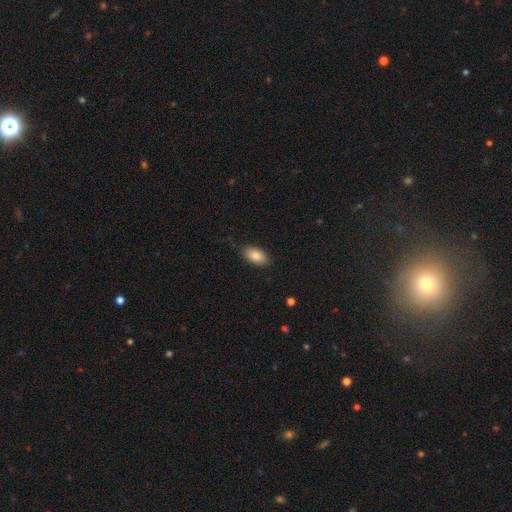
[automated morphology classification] Smooth or featured? smooth (85%)
How rounded? in between (94%)
Merging? none (85%)